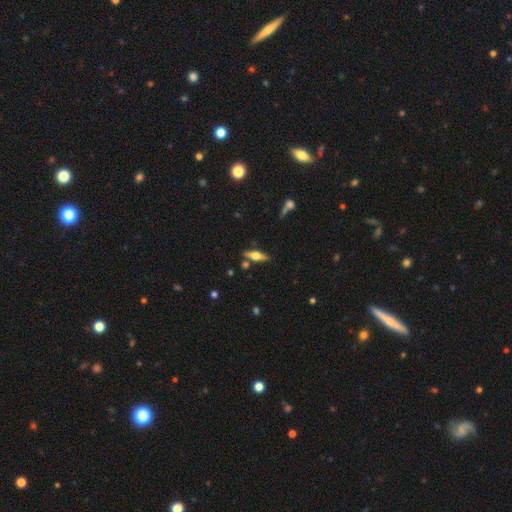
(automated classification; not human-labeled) Smooth or featured? featured or disk (55%)
Edge-on disk? yes (92%)
Edge-on bulge? rounded (94%)
Merging? none (79%)